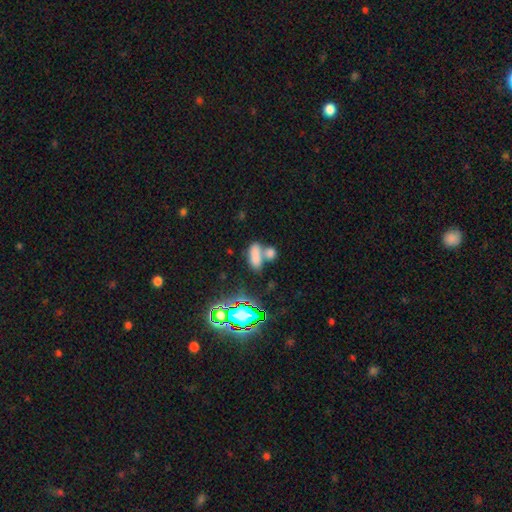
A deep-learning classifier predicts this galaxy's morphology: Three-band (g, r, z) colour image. It shows a smooth galaxy with no disk features (74%) that is in between round and cigar-shaped (78%). Merging: merger (53%).